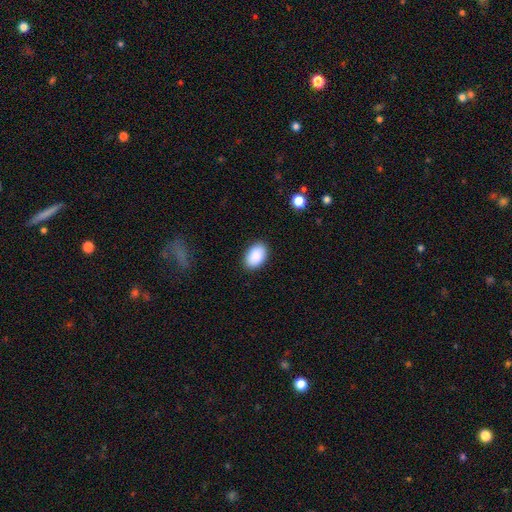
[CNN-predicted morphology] Smooth or featured? Predicted: smooth (p=0.91). How rounded? Predicted: in between (p=0.92). Merging? Predicted: none (p=0.88).